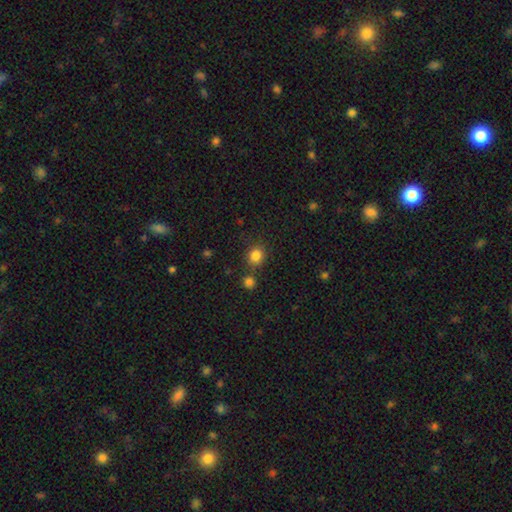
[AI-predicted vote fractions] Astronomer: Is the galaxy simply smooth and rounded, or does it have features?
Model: smooth — 83%.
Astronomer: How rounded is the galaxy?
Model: round — 81%.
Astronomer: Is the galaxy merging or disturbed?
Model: none — 75%.